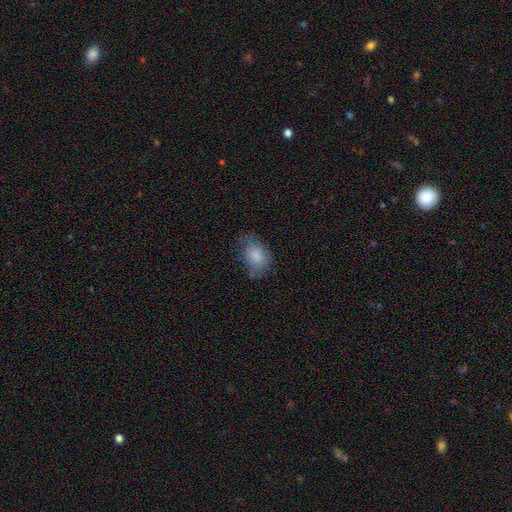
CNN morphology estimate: Smooth or featured? smooth (82%)
How rounded? in between (77%)
Merging? none (58%)